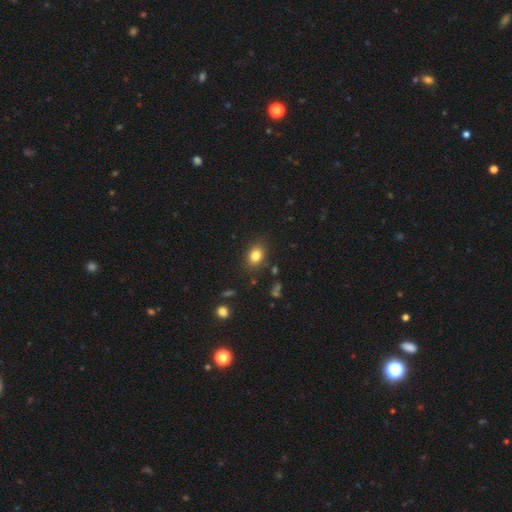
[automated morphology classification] Smooth or featured? Predicted: smooth (p=0.82). How rounded? Predicted: in between (p=0.65). Merging? Predicted: none (p=0.84).